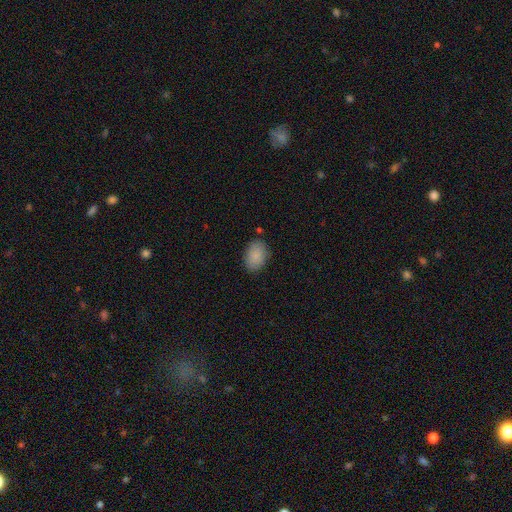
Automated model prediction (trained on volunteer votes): The model was most divided on "how rounded": in between: 85%, round: 13%, cigar-shaped: 1%. More confident: smooth or featured — smooth (88%); merging — none (84%).